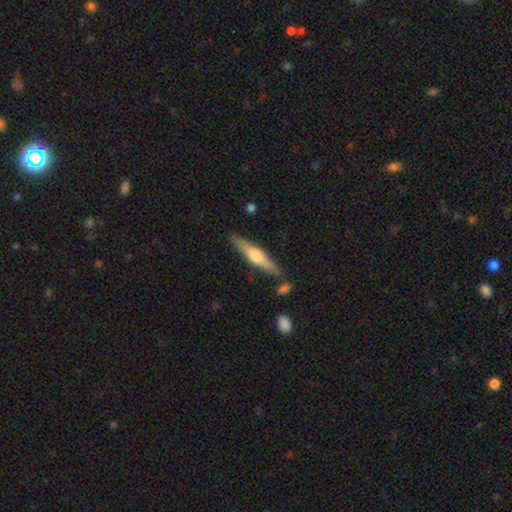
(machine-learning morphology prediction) The model was most divided on "smooth or featured": featured or disk: 65%, smooth: 30%, star or artifact: 5%. More confident: edge-on disk — yes (97%); edge-on bulge — rounded (90%); merging — none (84%).